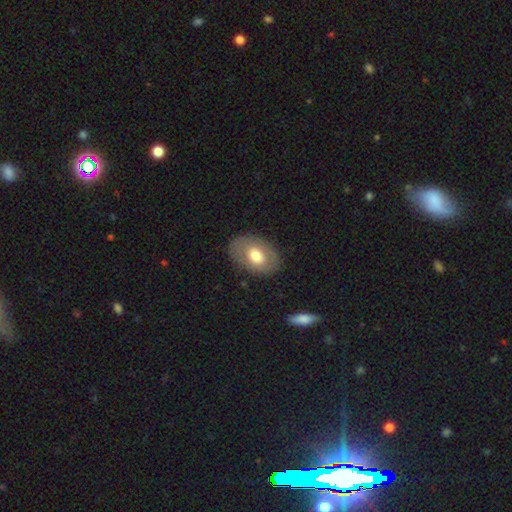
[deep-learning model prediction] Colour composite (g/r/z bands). It shows a smooth galaxy with no disk features (61%) that is in between round and cigar-shaped (82%). Merging: none (81%).